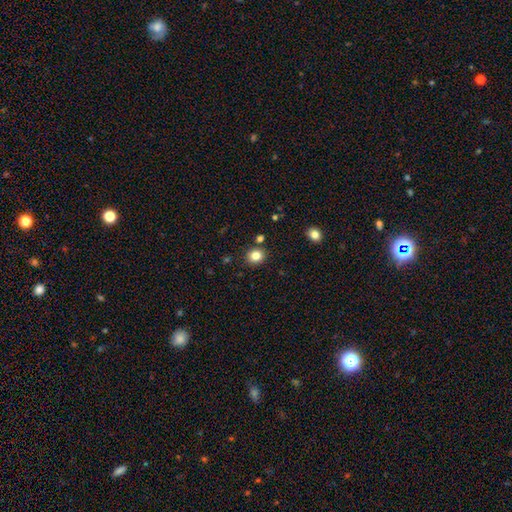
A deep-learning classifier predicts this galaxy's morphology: Smooth or featured? Predicted: smooth (p=0.82). How rounded? Predicted: round (p=0.74). Merging? Predicted: none (p=0.87).